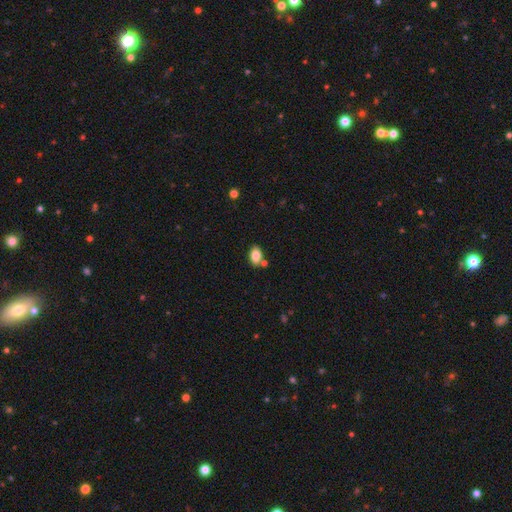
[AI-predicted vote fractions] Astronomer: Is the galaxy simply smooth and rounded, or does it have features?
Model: smooth — 83%.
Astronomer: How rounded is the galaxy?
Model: in between — 88%.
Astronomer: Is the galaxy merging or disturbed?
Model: none — 73%.